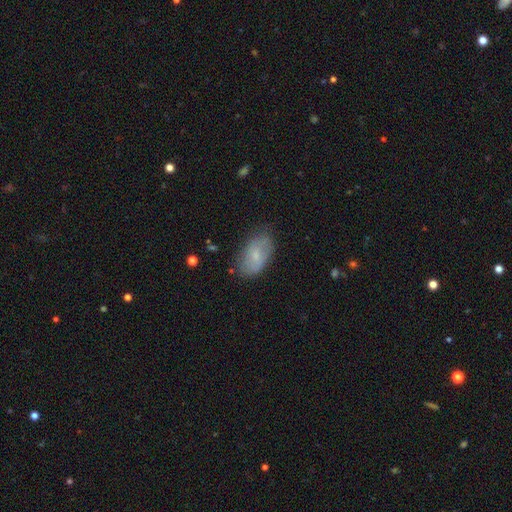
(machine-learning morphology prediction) Smooth or featured? smooth (58%)
How rounded? in between (93%)
Merging? none (74%)